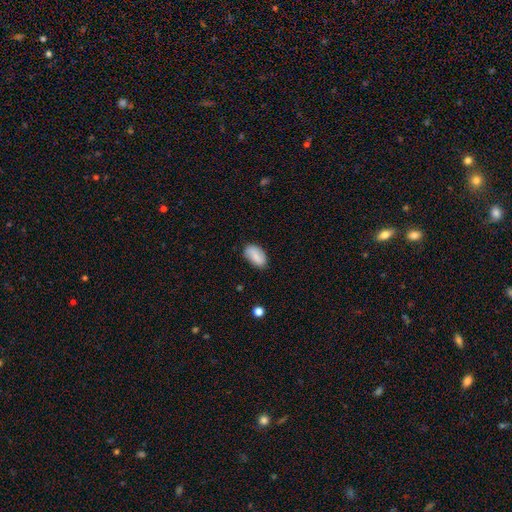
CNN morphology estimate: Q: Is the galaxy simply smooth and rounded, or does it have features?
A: smooth — 77%.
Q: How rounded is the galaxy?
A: in between — 93%.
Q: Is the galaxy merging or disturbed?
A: none — 78%.